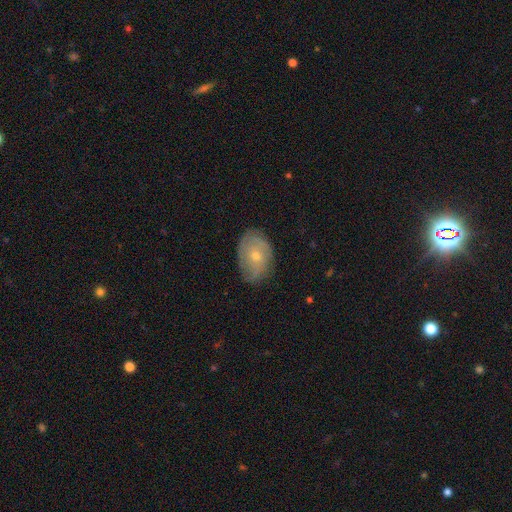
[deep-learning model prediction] This appears to be a featured or disk galaxy (57%) with no bar (81%), spiral arms (75%) and a small central bulge (54%). Merging: none (76%).